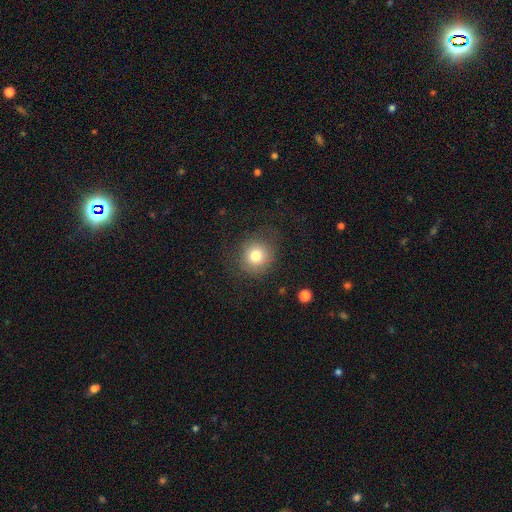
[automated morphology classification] This appears to be a smooth galaxy with no disk features (78%) that is round (90%). Merging: none (78%).